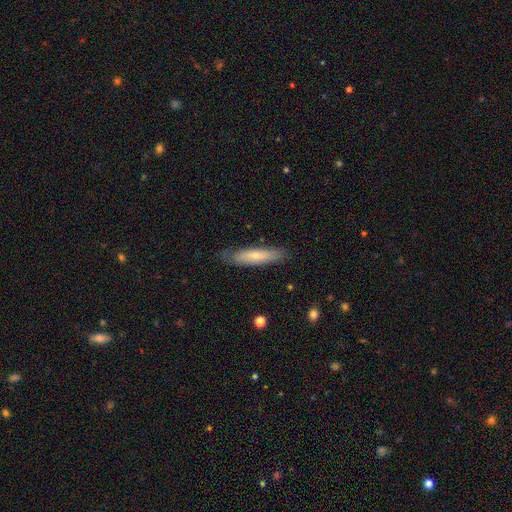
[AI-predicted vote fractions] Q: Smooth or featured?
A: smooth (63%); runner-up: featured or disk (31%)
Q: How rounded?
A: cigar-shaped (77%); runner-up: in between (21%)
Q: Merging?
A: none (79%); runner-up: minor disturbance (17%)